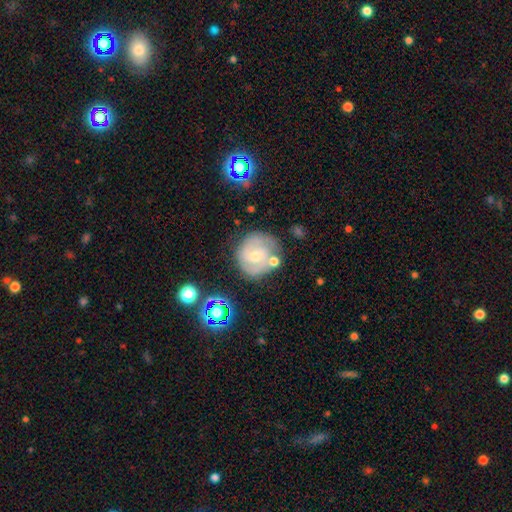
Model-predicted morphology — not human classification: A featured or disk galaxy (64%) with no bar (57%), 2 (56%) tight (49%) spiral arms (84%) and a moderate central bulge (47%).

Vote fractions:
- Smooth or featured? featured or disk: 64% / smooth: 28% / star or artifact: 8%
- Edge-on disk? no: 97% / yes: 3%
- Bar? no: 57% / weak: 36% / strong: 7%
- Spiral arms? yes: 84% / no: 16%
- Spiral winding? tight: 49% / medium: 38% / loose: 12%
- Spiral arm count? 2: 56% / can't tell: 24% / 3: 11% / 1: 4% / 4: 2% / more than 4: 2%
- Bulge size? moderate: 47% / small: 46% / none: 3% / large: 3% / dominant: 1%
- Merging? none: 63% / minor disturbance: 19% / merger: 11% / major disturbance: 7%